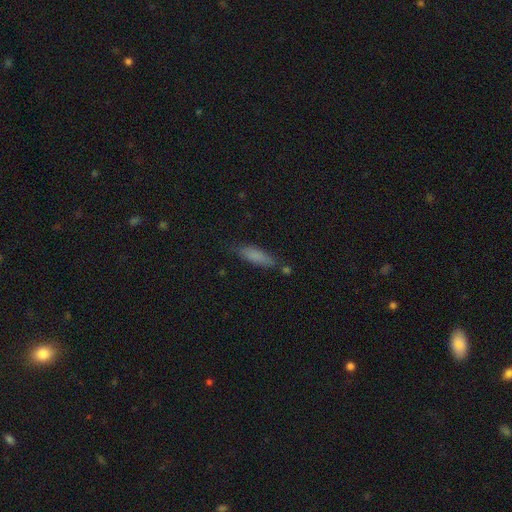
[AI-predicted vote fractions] Smooth or featured?
  - smooth: 79% *
  - featured or disk: 12%
  - star or artifact: 9%
How rounded?
  - cigar-shaped: 61% *
  - in between: 37%
  - round: 2%
Merging?
  - none: 72% *
  - minor disturbance: 18%
  - merger: 5%
  - major disturbance: 5%